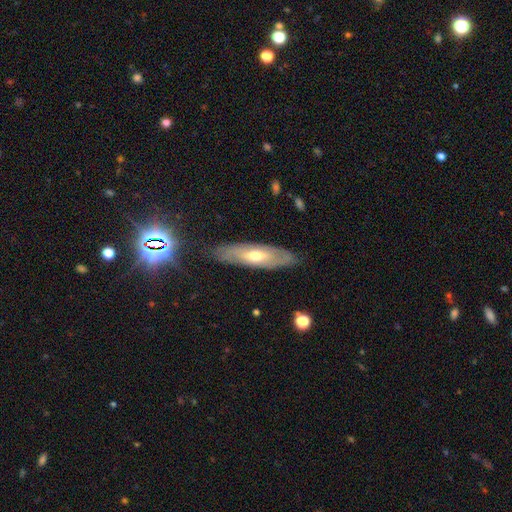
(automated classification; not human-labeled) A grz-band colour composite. It shows a featured or disk galaxy (55%). Merging: none (81%).